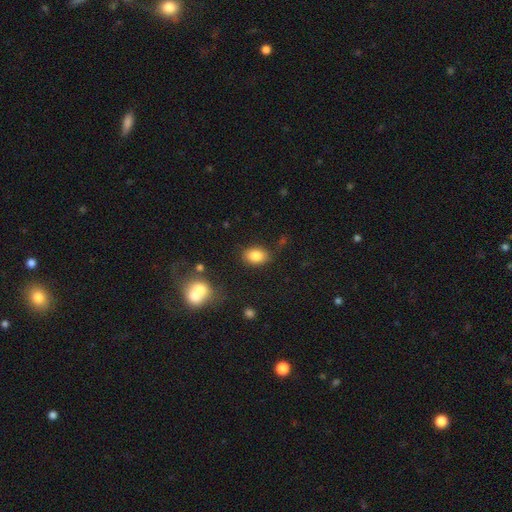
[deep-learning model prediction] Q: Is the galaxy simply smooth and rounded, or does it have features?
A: smooth — 84%.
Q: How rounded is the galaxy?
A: in between — 78%.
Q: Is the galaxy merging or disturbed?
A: none — 81%.